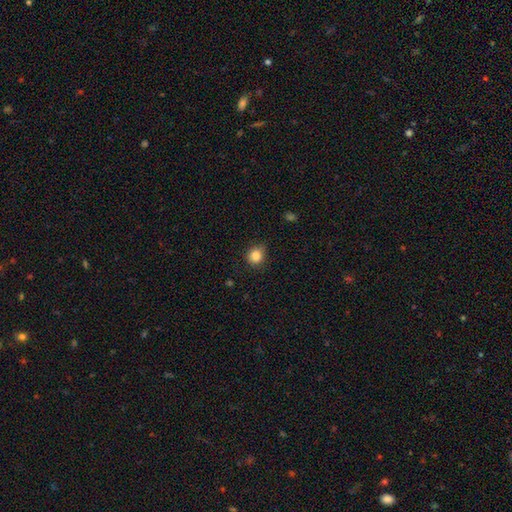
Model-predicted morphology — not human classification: A smooth galaxy with no disk features (85%) that is round (82%). Merging: none (80%).